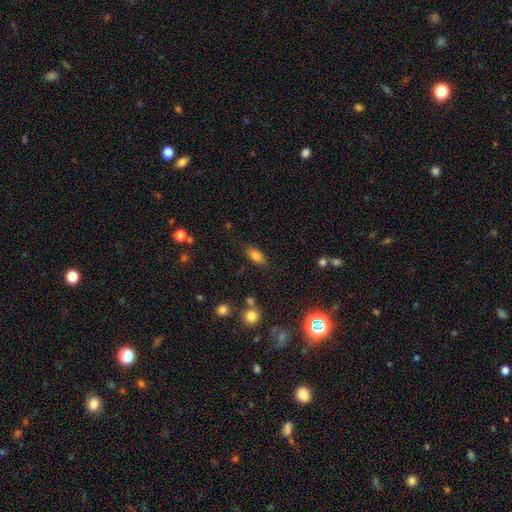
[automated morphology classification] type=smooth (81%); roundness=in between (87%); merging=none (81%).